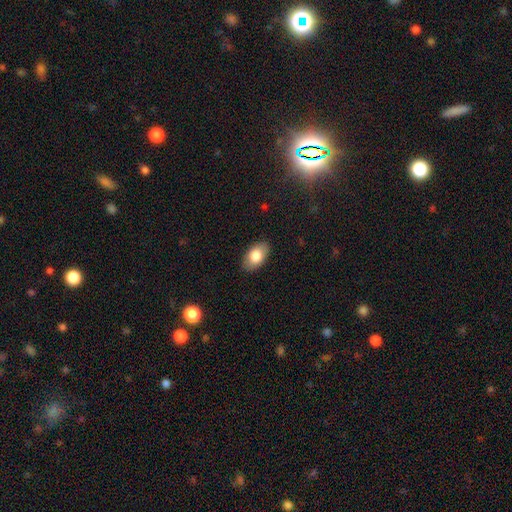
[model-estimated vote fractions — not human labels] smooth 79%, featured or disk 14%, star or artifact 7%. Down the decision tree: how rounded — in between (93%); merging — none (87%).